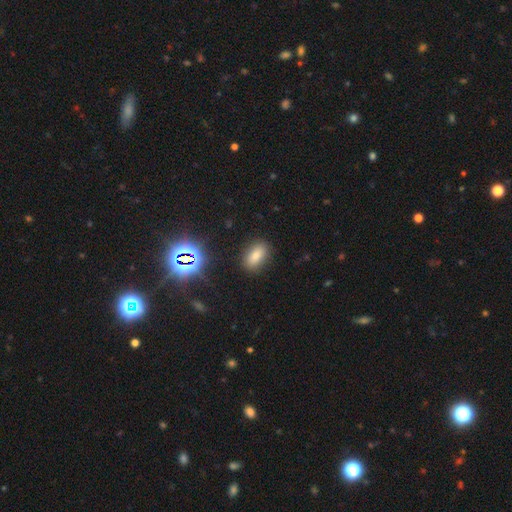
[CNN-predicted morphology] type=smooth (78%); roundness=in between (86%); merging=none (86%).